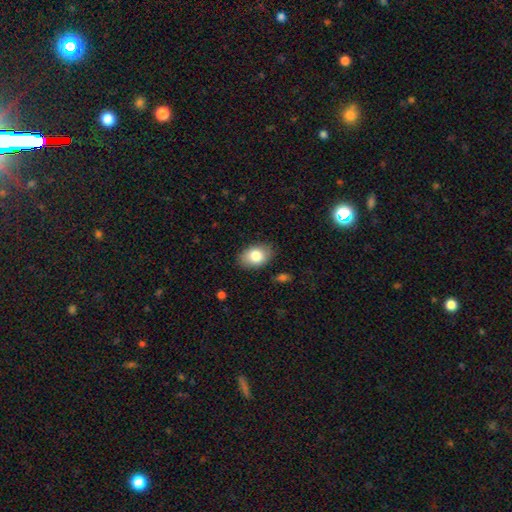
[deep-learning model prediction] Q: Smooth or featured?
A: smooth (82%); runner-up: featured or disk (11%)
Q: How rounded?
A: in between (85%); runner-up: round (14%)
Q: Merging?
A: none (86%); runner-up: minor disturbance (11%)